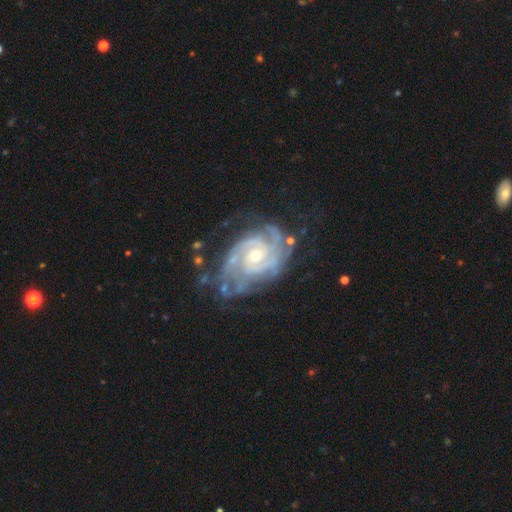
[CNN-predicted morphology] type=featured or disk (92%); edge-on=no (98%); bar=no (61%); spiral arms=yes (98%); winding=tight (67%); arm count=2 (29%); bulge=moderate (50%); merging=none (64%).